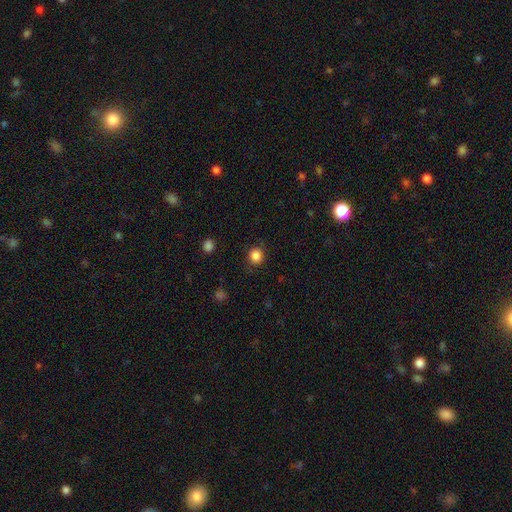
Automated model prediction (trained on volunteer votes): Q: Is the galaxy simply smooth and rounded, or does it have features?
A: smooth — 86%.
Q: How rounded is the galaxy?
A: round — 87%.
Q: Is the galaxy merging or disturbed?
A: none — 86%.